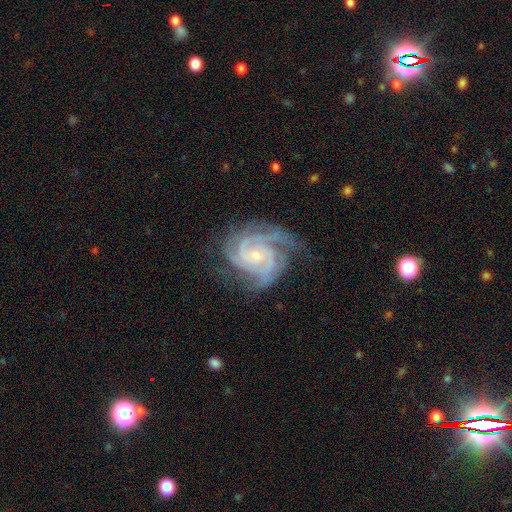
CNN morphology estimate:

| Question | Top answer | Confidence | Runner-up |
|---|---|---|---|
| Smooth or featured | featured or disk | 92% | star or artifact (5%) |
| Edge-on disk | no | 98% | yes (2%) |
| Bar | no | 68% | weak (25%) |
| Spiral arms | yes | 99% | no (1%) |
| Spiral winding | tight | 66% | medium (30%) |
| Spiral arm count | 3 | 43% | 2 (21%) |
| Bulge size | small | 72% | moderate (23%) |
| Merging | none | 68% | minor disturbance (21%) |